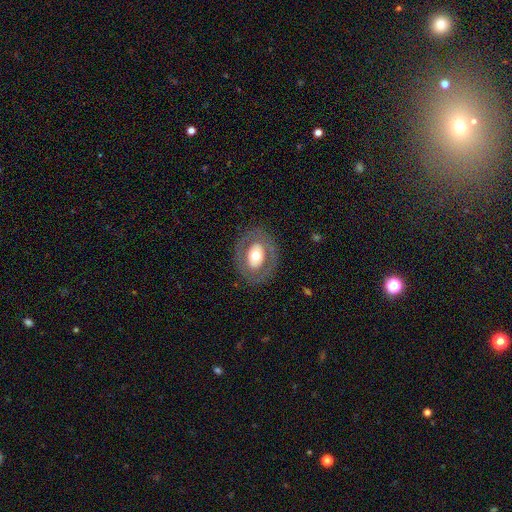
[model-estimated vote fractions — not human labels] This appears to be a smooth galaxy with no disk features (47%). Merging: none (81%).